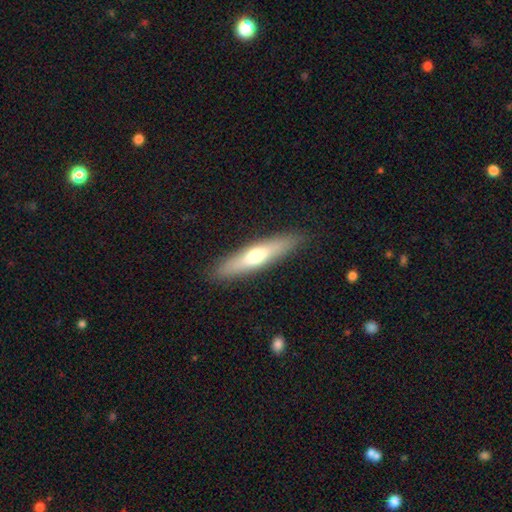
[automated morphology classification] The model was most divided on "smooth or featured": smooth: 56%, featured or disk: 39%, star or artifact: 6%. More confident: merging — none (89%); how rounded — cigar-shaped (82%).